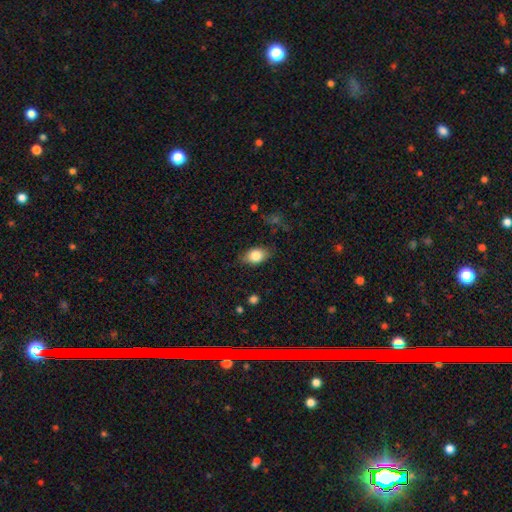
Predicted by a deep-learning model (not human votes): smooth 82%, featured or disk 10%, star or artifact 8%. Down the decision tree: how rounded — in between (83%); merging — none (80%).